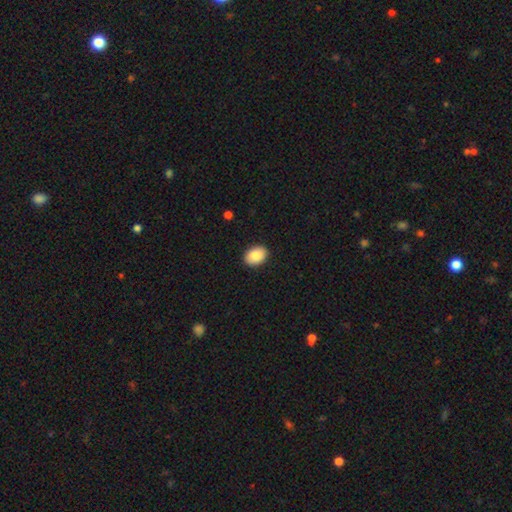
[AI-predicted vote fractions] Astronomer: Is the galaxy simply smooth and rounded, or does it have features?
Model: smooth — 87%.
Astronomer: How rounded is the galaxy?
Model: in between — 77%.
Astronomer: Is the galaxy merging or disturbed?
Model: none — 91%.